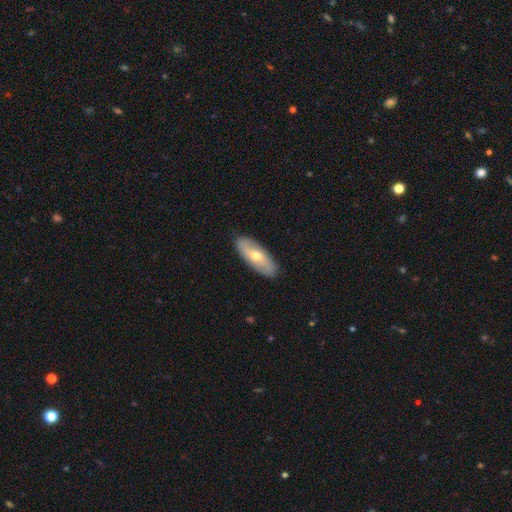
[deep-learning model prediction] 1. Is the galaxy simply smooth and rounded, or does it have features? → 50% smooth, 45% featured or disk, 6% star or artifact.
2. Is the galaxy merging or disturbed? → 88% none, 9% minor disturbance, 2% major disturbance, 1% merger.